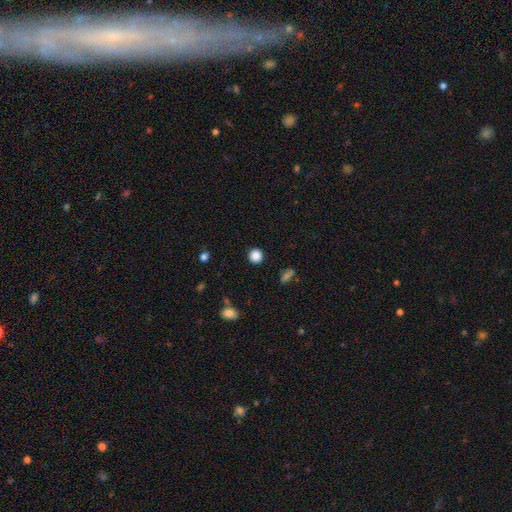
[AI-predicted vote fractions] Smooth or featured? Predicted: smooth (p=0.86). How rounded? Predicted: round (p=0.93). Merging? Predicted: none (p=0.92).